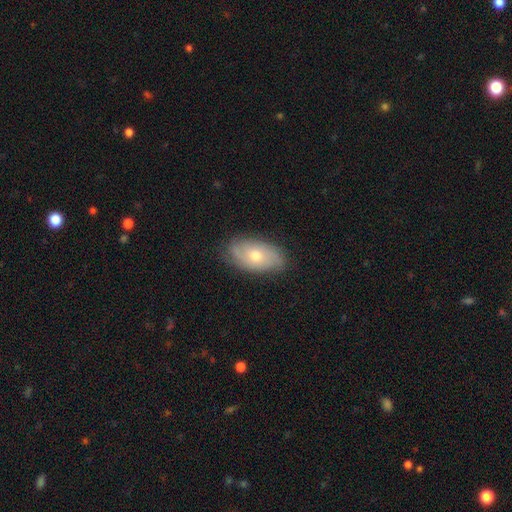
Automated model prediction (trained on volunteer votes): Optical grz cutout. It shows a featured or disk galaxy (50%). Merging: none (79%).